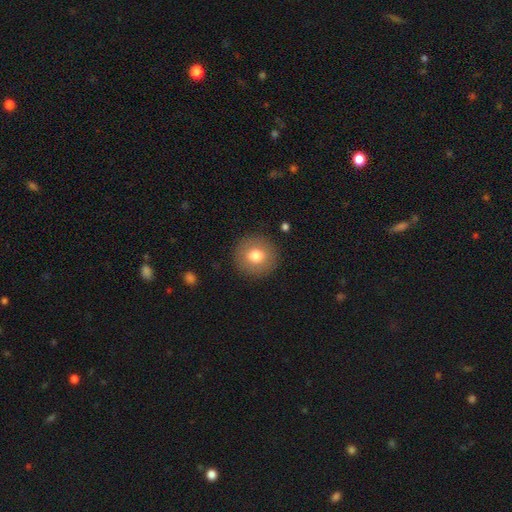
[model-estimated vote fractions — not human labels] This appears to be a smooth galaxy with no disk features (75%) that is round (94%). Merging: none (90%).